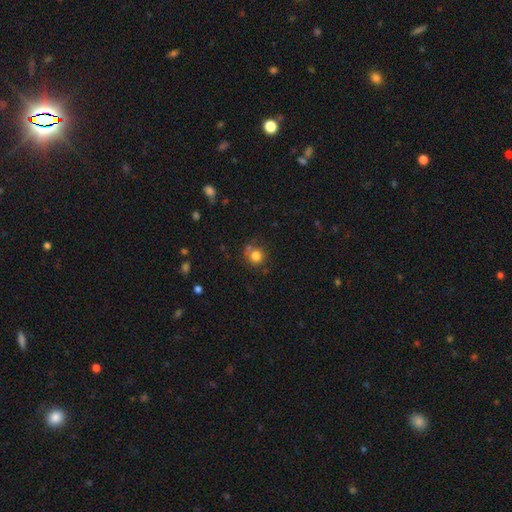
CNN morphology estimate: Smooth or featured? Predicted: smooth (p=0.80). How rounded? Predicted: round (p=0.90). Merging? Predicted: none (p=0.67).